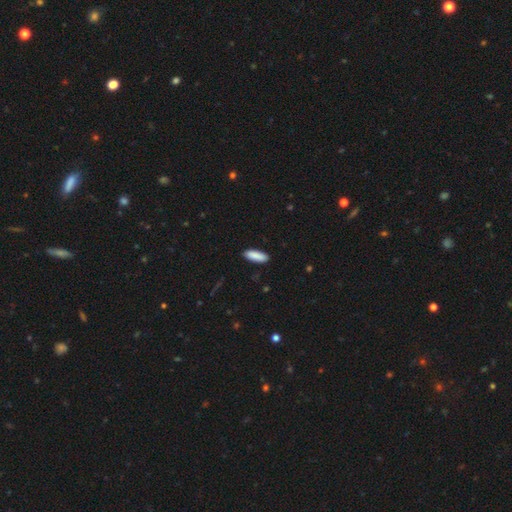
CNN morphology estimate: type=smooth (89%); roundness=in between (57%); merging=none (90%).